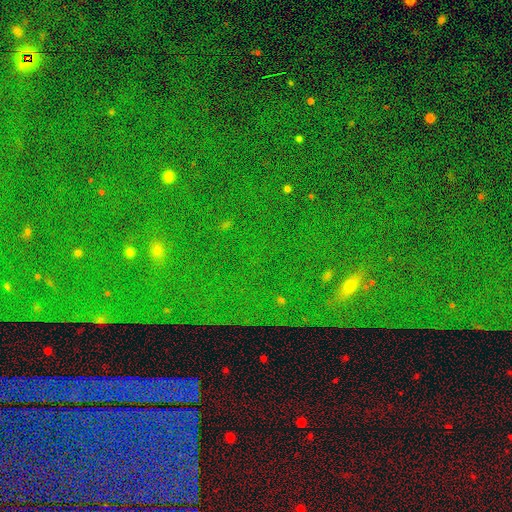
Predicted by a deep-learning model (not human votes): Smooth or featured: star or artifact — 85% (smooth — 8%)